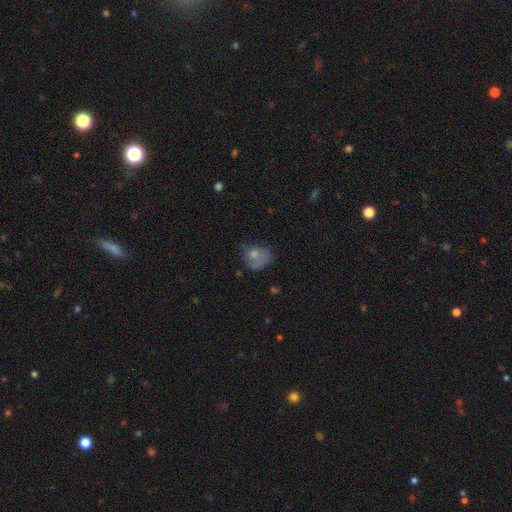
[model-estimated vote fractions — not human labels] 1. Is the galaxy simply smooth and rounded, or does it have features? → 63% smooth, 27% featured or disk, 10% star or artifact.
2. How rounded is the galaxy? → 54% round, 45% in between, 1% cigar-shaped.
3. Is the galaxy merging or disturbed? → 37% none, 31% major disturbance, 27% minor disturbance, 6% merger.